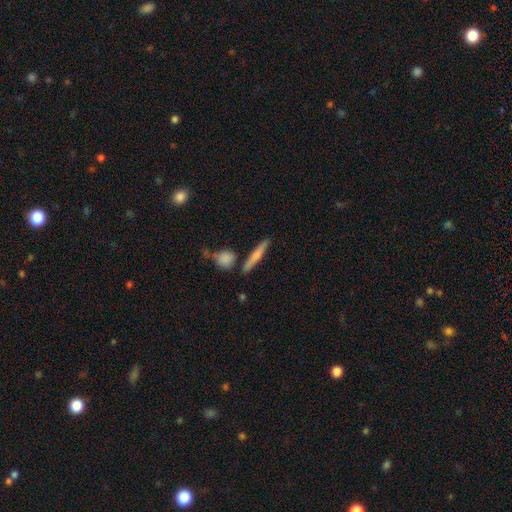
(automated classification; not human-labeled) smooth_or_featured: smooth (p=0.54) [alt: featured or disk p=0.39]
how_rounded: cigar-shaped (p=0.89) [alt: in between p=0.08]
merging: none (p=0.81) [alt: minor disturbance p=0.10]